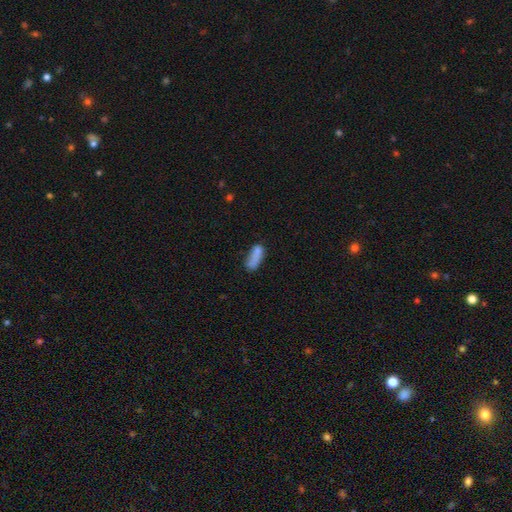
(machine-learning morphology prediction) type=smooth (77%); roundness=in between (66%); merging=none (40%).